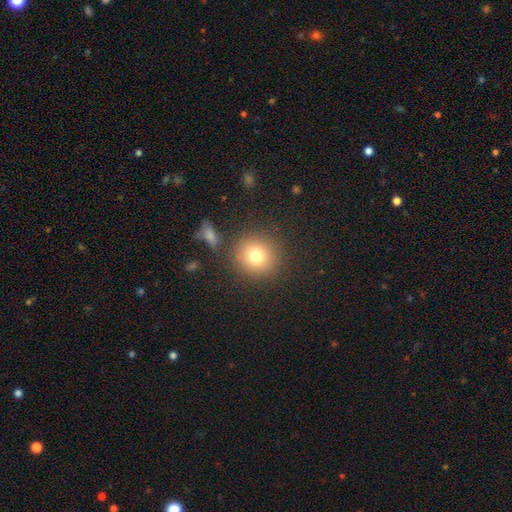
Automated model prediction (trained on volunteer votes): A smooth galaxy with no disk features (77%) that is round (89%).

Vote fractions:
- Smooth or featured? smooth: 77% / star or artifact: 13% / featured or disk: 10%
- How rounded? round: 89% / in between: 10% / cigar-shaped: 1%
- Merging? none: 84% / minor disturbance: 8% / merger: 4% / major disturbance: 4%